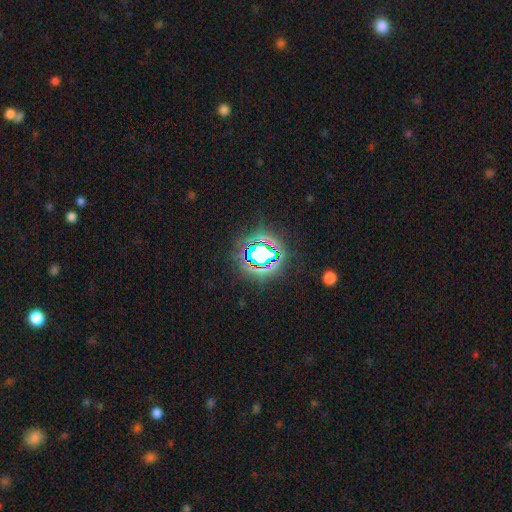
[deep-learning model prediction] Smooth or featured: star or artifact — 73% (smooth — 15%)